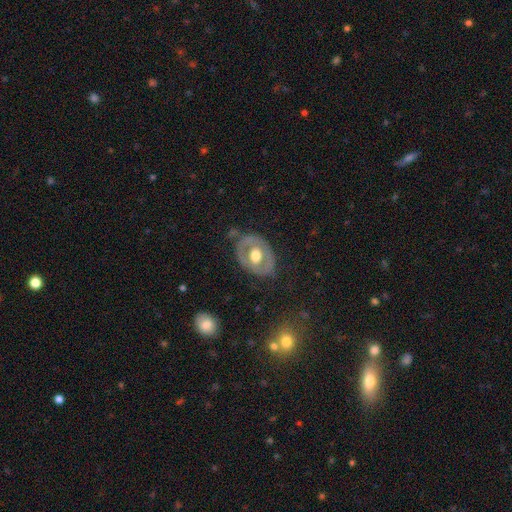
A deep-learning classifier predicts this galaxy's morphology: smooth_or_featured: featured or disk (p=0.56) [alt: smooth p=0.38]
disk_edge_on: no (p=0.93) [alt: yes p=0.07]
bar: no (p=0.77) [alt: weak p=0.17]
has_spiral_arms: no (p=0.82) [alt: yes p=0.18]
bulge_size: moderate (p=0.61) [alt: large p=0.32]
merging: none (p=0.69) [alt: minor disturbance p=0.20]